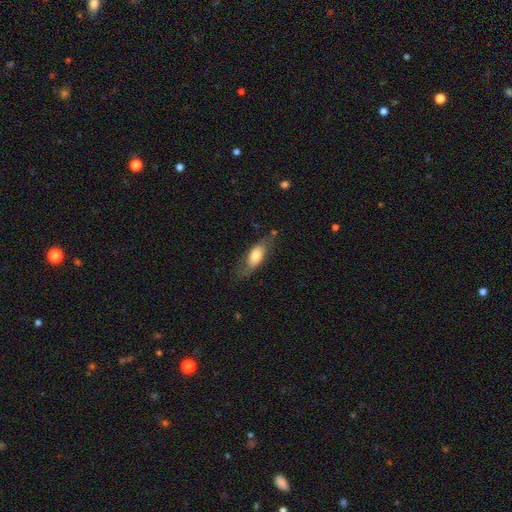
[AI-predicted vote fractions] The model was most divided on "smooth or featured": smooth: 61%, featured or disk: 32%, star or artifact: 7%. More confident: how rounded — in between (78%); merging — none (64%).